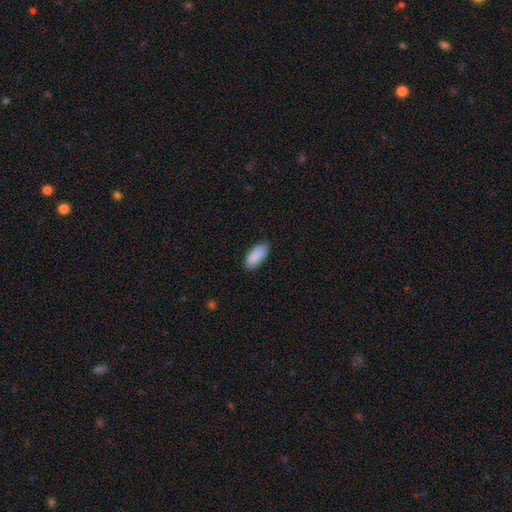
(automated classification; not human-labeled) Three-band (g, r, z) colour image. It shows a smooth galaxy with no disk features (88%) that is in between round and cigar-shaped (88%). Merging: none (79%).